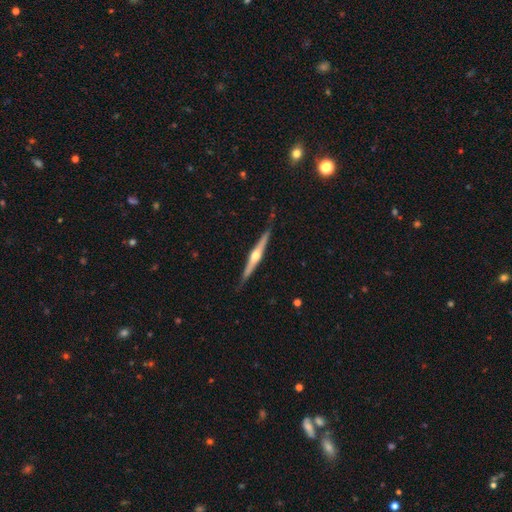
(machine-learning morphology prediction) This appears to be a featured or disk galaxy (75%) viewed edge-on (98%) with a rounded central bulge (92%). Merging: none (86%).